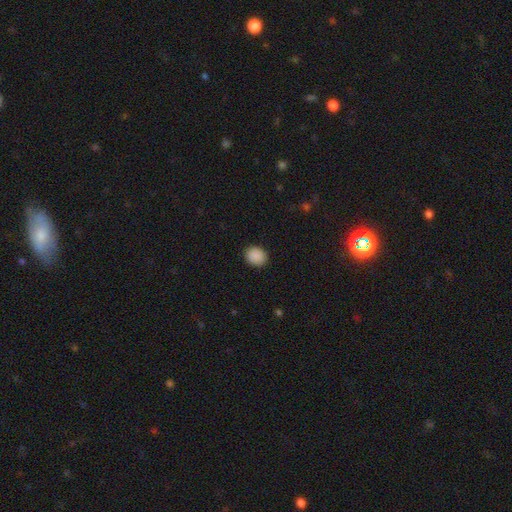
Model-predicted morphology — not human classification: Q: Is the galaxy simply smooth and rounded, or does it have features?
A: smooth — 89%.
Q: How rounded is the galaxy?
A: round — 73%.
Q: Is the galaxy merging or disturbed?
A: none — 90%.